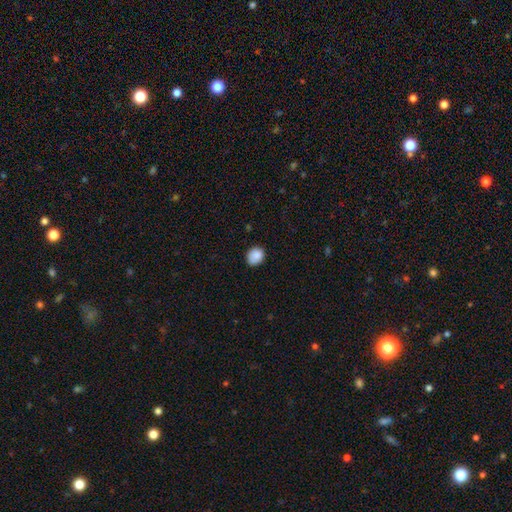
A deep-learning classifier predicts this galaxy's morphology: smooth_or_featured: smooth (p=0.88) [alt: star or artifact p=0.09]
how_rounded: round (p=0.65) [alt: in between p=0.34]
merging: none (p=0.81) [alt: minor disturbance p=0.16]